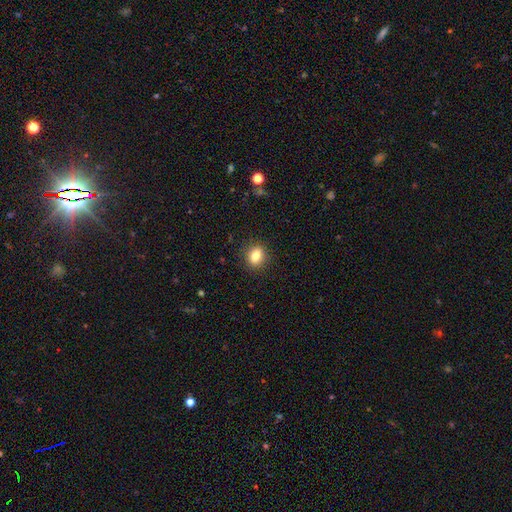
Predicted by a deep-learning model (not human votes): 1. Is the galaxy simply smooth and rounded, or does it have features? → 80% smooth, 10% star or artifact, 10% featured or disk.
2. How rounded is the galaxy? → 51% round, 48% in between, 2% cigar-shaped.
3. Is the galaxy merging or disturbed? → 89% none, 8% minor disturbance, 2% major disturbance, 1% merger.